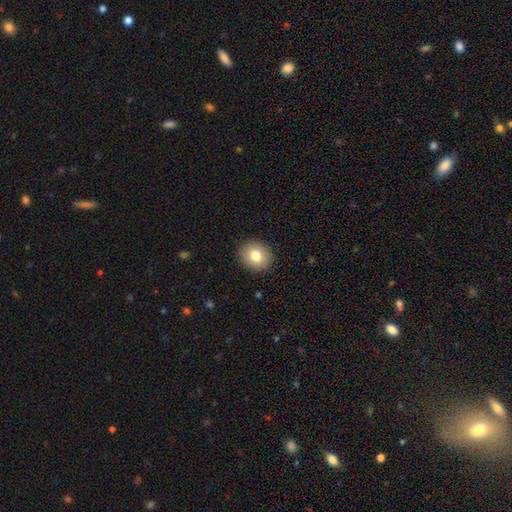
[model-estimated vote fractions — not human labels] Q: Smooth or featured?
A: smooth (81%); runner-up: featured or disk (11%)
Q: How rounded?
A: round (70%); runner-up: in between (29%)
Q: Merging?
A: none (90%); runner-up: minor disturbance (7%)